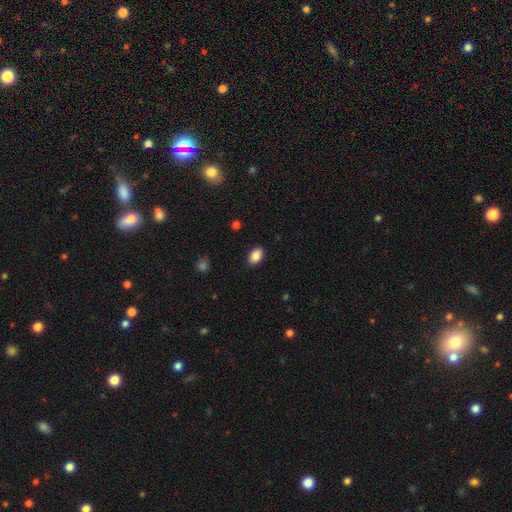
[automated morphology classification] Q: Smooth or featured?
A: smooth (88%); runner-up: star or artifact (8%)
Q: How rounded?
A: in between (85%); runner-up: round (14%)
Q: Merging?
A: none (88%); runner-up: minor disturbance (8%)